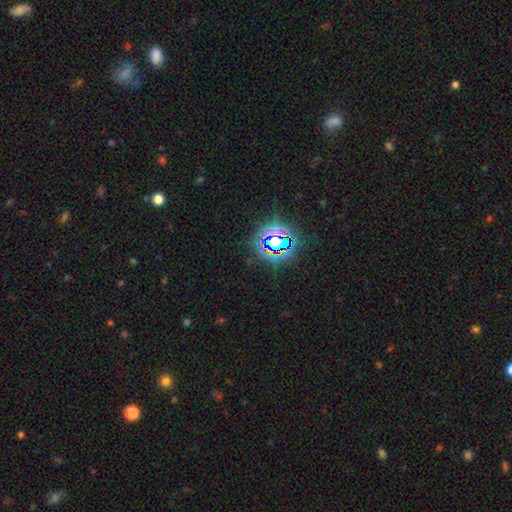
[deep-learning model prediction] A star or artifact, not a galaxy (79%).